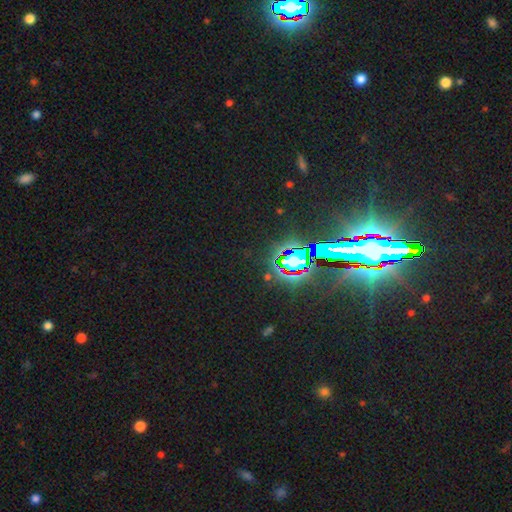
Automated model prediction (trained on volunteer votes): star or artifact 85%, featured or disk 7%, smooth 7%.